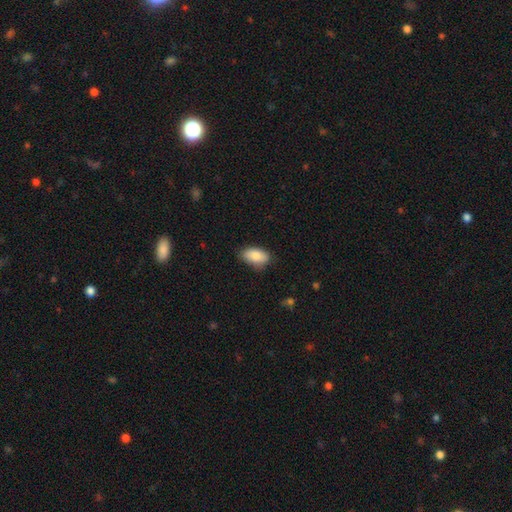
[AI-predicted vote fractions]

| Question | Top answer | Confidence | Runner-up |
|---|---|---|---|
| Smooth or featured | smooth | 86% | featured or disk (7%) |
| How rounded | in between | 92% | round (5%) |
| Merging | none | 76% | minor disturbance (20%) |